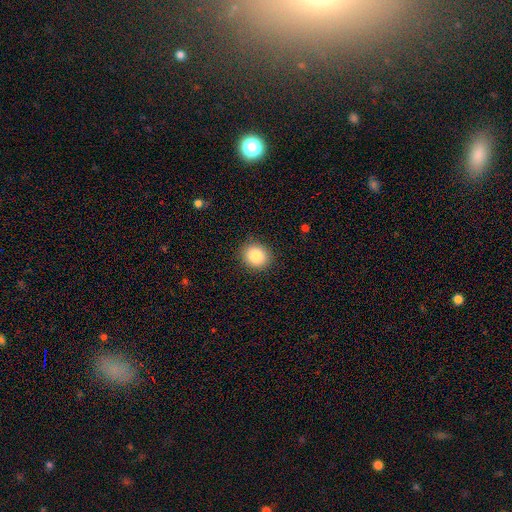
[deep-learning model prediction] A smooth galaxy with no disk features (84%) that is round (81%).

Vote fractions:
- Smooth or featured? smooth: 84% / star or artifact: 9% / featured or disk: 7%
- How rounded? round: 81% / in between: 18% / cigar-shaped: 1%
- Merging? none: 90% / minor disturbance: 7% / major disturbance: 2% / merger: 1%